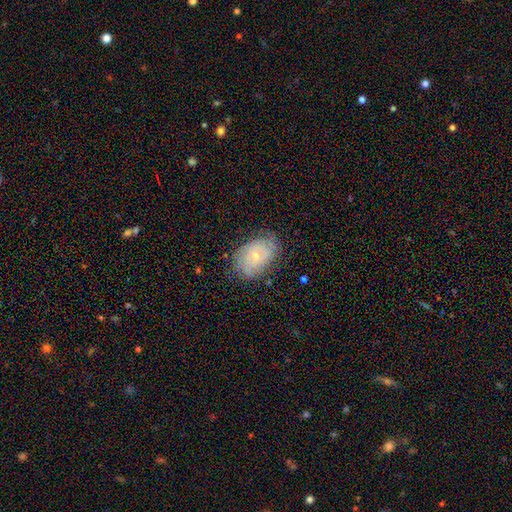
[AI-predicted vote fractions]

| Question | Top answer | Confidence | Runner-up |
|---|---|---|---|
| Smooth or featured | featured or disk | 63% | smooth (28%) |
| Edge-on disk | no | 96% | yes (4%) |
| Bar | no | 76% | weak (21%) |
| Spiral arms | yes | 78% | no (22%) |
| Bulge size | small | 69% | moderate (27%) |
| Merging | none | 74% | minor disturbance (19%) |